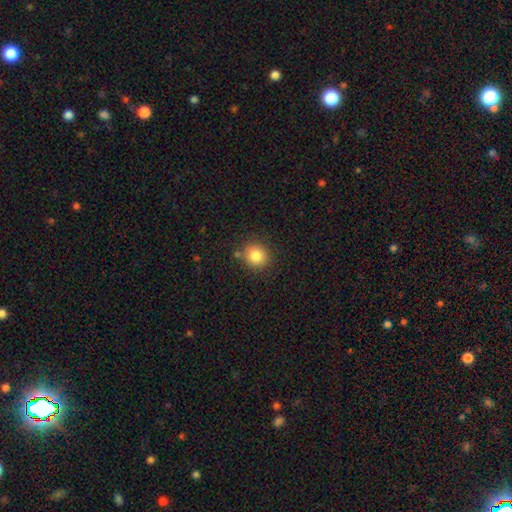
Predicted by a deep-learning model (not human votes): smooth-or-featured: smooth: 84% | star or artifact: 10% | featured or disk: 6%
  how-rounded: round: 81% | in between: 19% | cigar-shaped: 1%
  merging: none: 81% | minor disturbance: 11% | merger: 5% | major disturbance: 3%